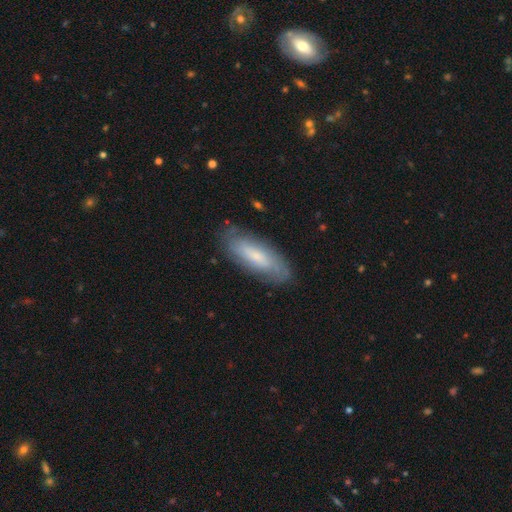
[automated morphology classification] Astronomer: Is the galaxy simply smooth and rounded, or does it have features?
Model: smooth — 49% (runner-up: featured or disk, 44%).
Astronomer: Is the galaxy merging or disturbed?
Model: none — 80%.